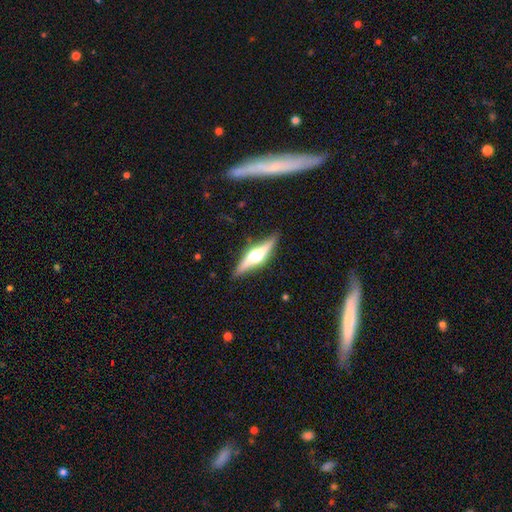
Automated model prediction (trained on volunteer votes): Overall: featured or disk (72%). Edge-on disk: yes (96%). Edge-on bulge: rounded (94%). Merging: none (87%).